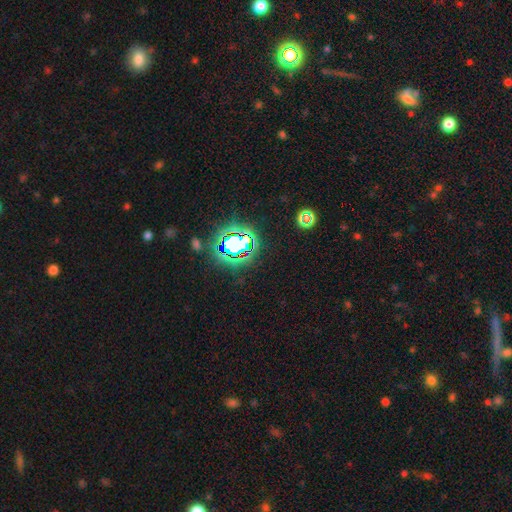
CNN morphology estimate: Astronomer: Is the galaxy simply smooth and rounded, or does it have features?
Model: star or artifact — 79%.